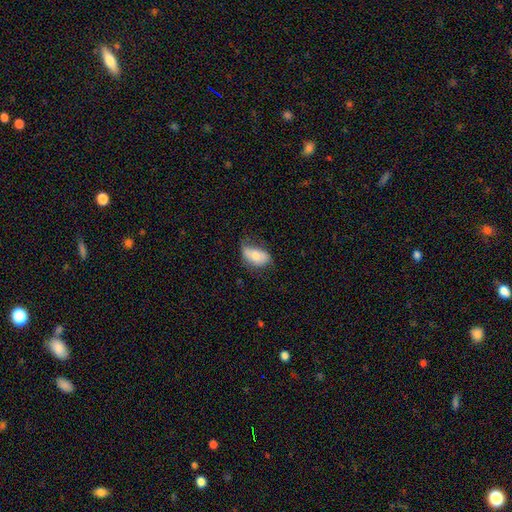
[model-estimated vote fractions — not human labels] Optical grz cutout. It shows a smooth galaxy with no disk features (70%) that is in between round and cigar-shaped (92%). Merging: none (47%).